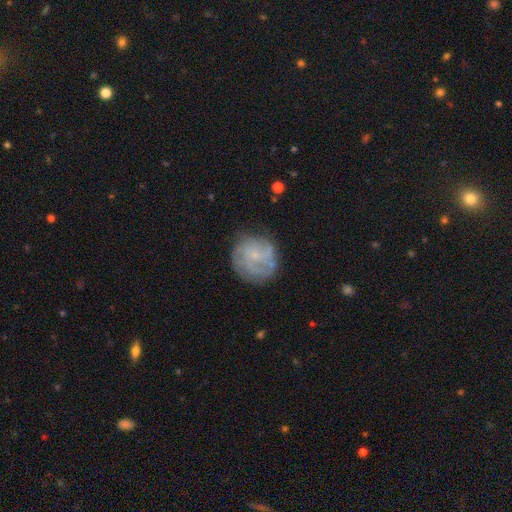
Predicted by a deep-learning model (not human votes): Smooth or featured?
  - featured or disk: 63% *
  - smooth: 28%
  - star or artifact: 9%
Edge-on disk?
  - no: 98% *
  - yes: 2%
Bar?
  - no: 78% *
  - weak: 19%
  - strong: 3%
Spiral arms?
  - yes: 79% *
  - no: 21%
Bulge size?
  - small: 75% *
  - none: 12%
  - moderate: 11%
  - large: 1%
  - dominant: 1%
Merging?
  - none: 69% *
  - minor disturbance: 19%
  - major disturbance: 10%
  - merger: 2%